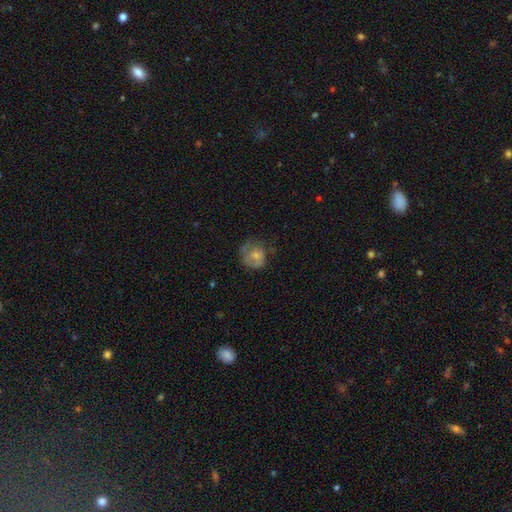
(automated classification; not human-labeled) Morphology: type=smooth (58%); roundness=round (74%); merging=none (49%).